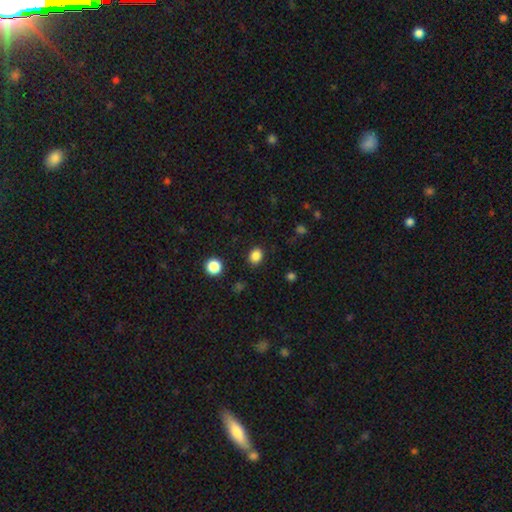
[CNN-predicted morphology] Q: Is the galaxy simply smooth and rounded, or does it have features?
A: smooth — 85%.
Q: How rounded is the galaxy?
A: round — 54%.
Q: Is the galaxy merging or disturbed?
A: none — 87%.